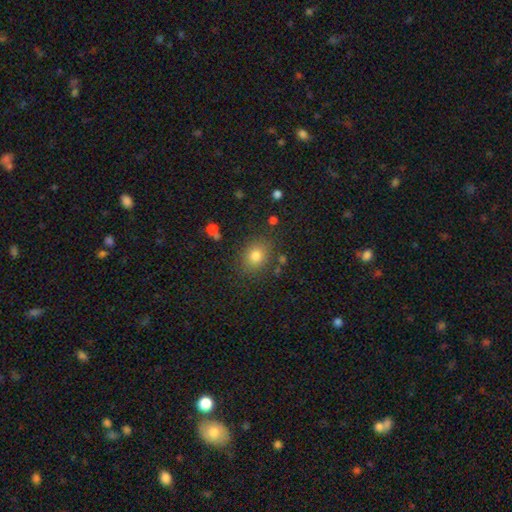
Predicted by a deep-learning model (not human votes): A smooth galaxy with no disk features (78%) that is round (56%).

Vote fractions:
- Smooth or featured? smooth: 78% / star or artifact: 13% / featured or disk: 8%
- How rounded? round: 56% / in between: 43% / cigar-shaped: 1%
- Merging? none: 82% / minor disturbance: 11% / major disturbance: 4% / merger: 3%